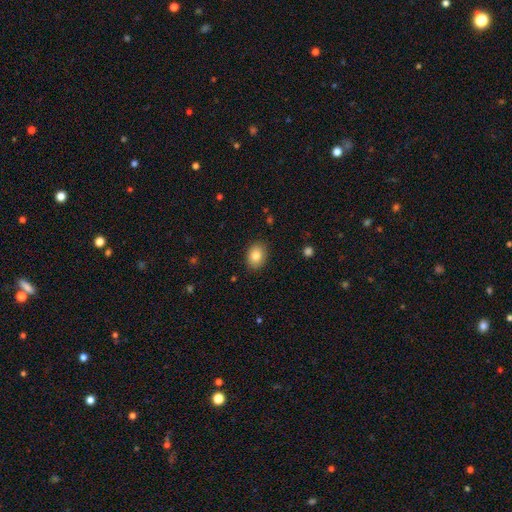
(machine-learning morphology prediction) smooth 84%, star or artifact 8%, featured or disk 7%. Down the decision tree: how rounded — in between (65%); merging — none (87%).